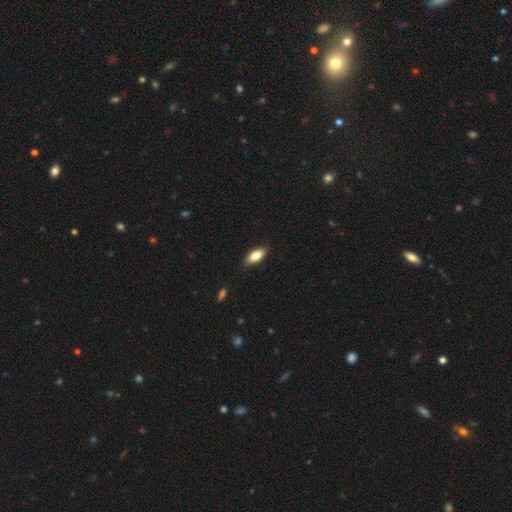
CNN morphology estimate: This appears to be a smooth galaxy with no disk features (84%) that is in between round and cigar-shaped (85%). Merging: none (86%).